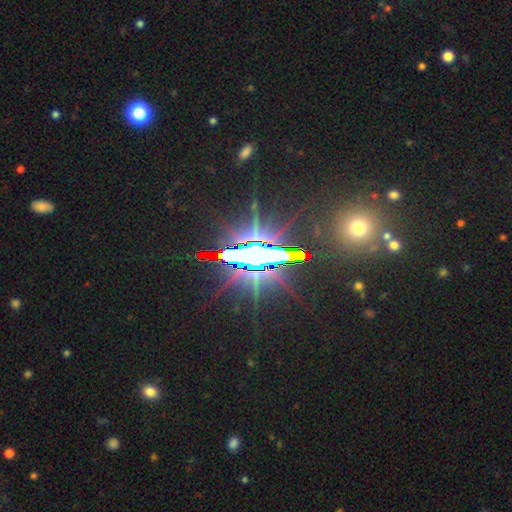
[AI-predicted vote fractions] Smooth or featured? Predicted: star or artifact (p=0.79).